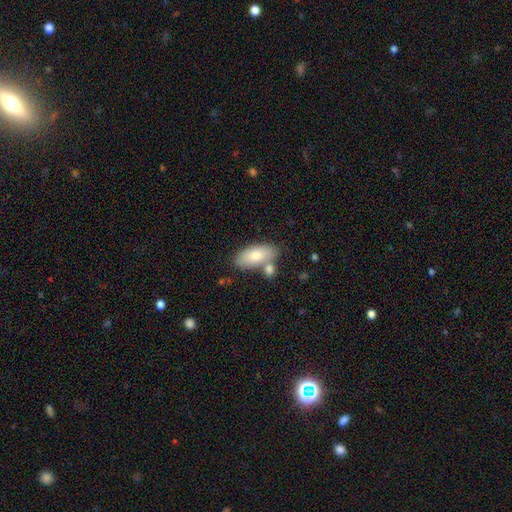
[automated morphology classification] This appears to be a smooth galaxy with no disk features (79%) that is in between round and cigar-shaped (90%). Merging: none (59%).